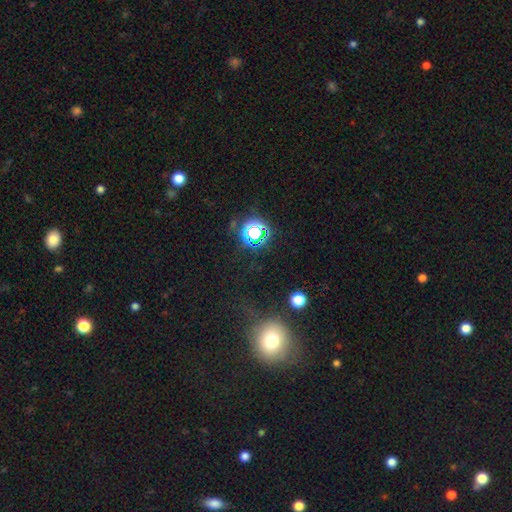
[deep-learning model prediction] Smooth or featured: star or artifact — 52% (smooth — 39%)